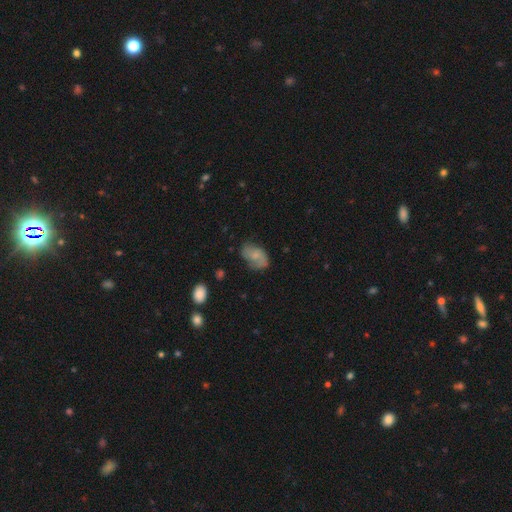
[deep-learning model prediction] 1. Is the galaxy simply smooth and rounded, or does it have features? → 54% smooth, 38% featured or disk, 8% star or artifact.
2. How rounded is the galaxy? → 86% in between, 12% round, 1% cigar-shaped.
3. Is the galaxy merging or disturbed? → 55% none, 30% minor disturbance, 13% major disturbance, 3% merger.